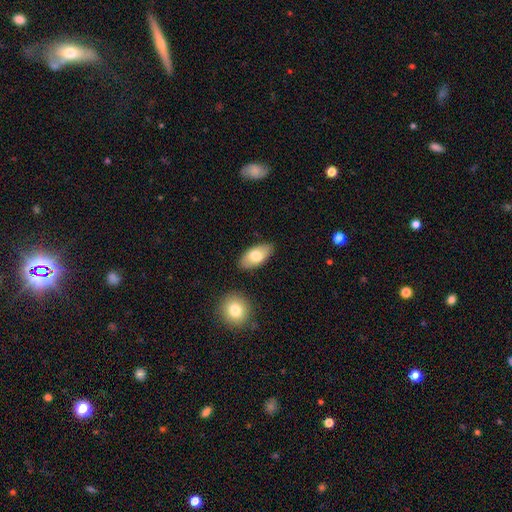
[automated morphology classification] A smooth galaxy with no disk features (77%) that is in between round and cigar-shaped (93%).

Vote fractions:
- Smooth or featured? smooth: 77% / featured or disk: 17% / star or artifact: 6%
- How rounded? in between: 93% / cigar-shaped: 4% / round: 3%
- Merging? none: 84% / minor disturbance: 11% / merger: 3% / major disturbance: 2%